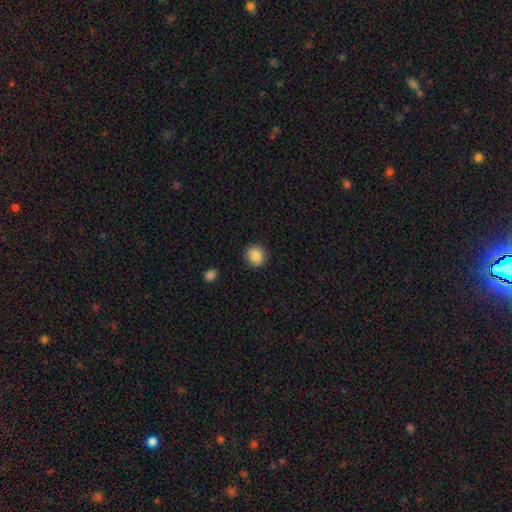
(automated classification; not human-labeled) A smooth galaxy with no disk features (87%) that is round (87%). Merging: none (90%).